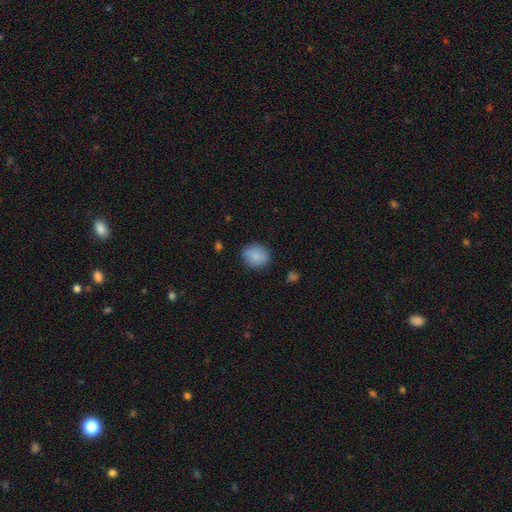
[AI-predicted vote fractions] Smooth or featured?
  - smooth: 87% *
  - star or artifact: 8%
  - featured or disk: 5%
How rounded?
  - round: 63% *
  - in between: 36%
  - cigar-shaped: 1%
Merging?
  - none: 83% *
  - minor disturbance: 12%
  - major disturbance: 3%
  - merger: 1%